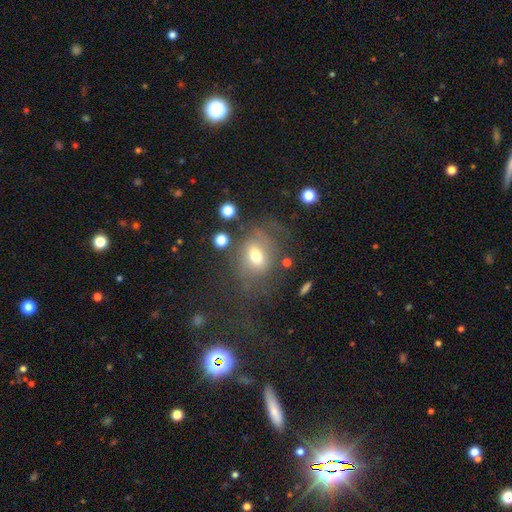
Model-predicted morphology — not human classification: The model was most divided on "how rounded": in between: 53%, round: 46%, cigar-shaped: 2%. More confident: smooth or featured — smooth (59%); merging — none (52%).